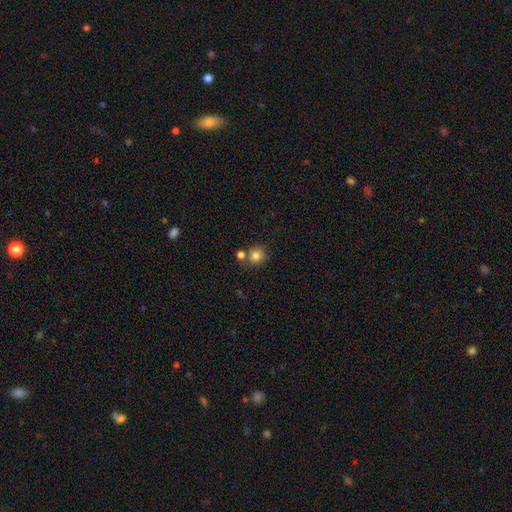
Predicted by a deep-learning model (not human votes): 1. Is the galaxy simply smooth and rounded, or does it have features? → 82% smooth, 11% star or artifact, 7% featured or disk.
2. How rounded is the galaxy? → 82% round, 17% in between, 1% cigar-shaped.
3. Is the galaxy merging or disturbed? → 64% none, 22% merger, 11% minor disturbance, 4% major disturbance.